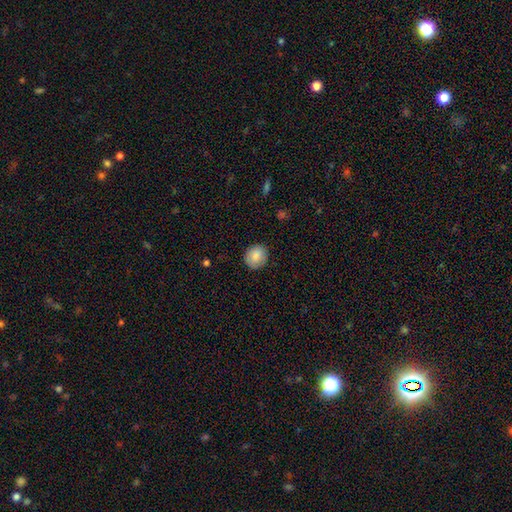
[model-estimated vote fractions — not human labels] The model was most divided on "how rounded": round: 82%, in between: 17%, cigar-shaped: 1%. More confident: merging — none (88%); smooth or featured — smooth (83%).